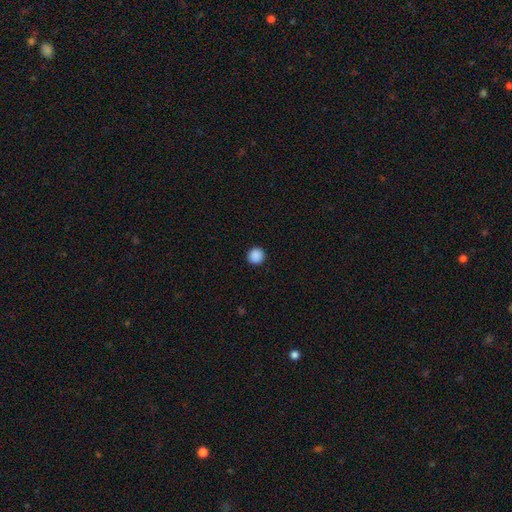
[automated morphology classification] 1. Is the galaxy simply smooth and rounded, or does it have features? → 89% smooth, 9% star or artifact, 2% featured or disk.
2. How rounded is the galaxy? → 95% round, 4% in between, 1% cigar-shaped.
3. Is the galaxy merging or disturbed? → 93% none, 4% minor disturbance, 2% major disturbance, 1% merger.